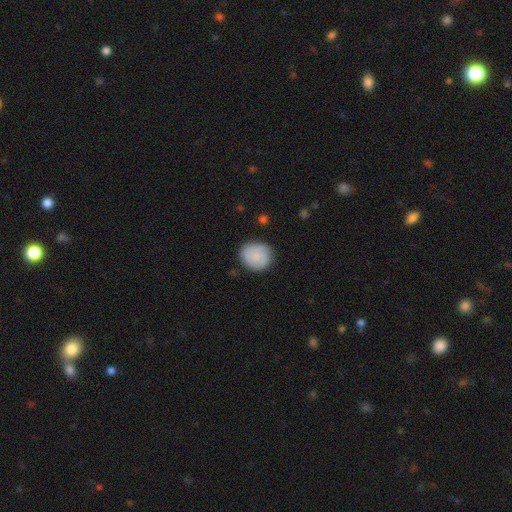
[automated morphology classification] type=smooth (80%); roundness=round (79%); merging=none (81%).